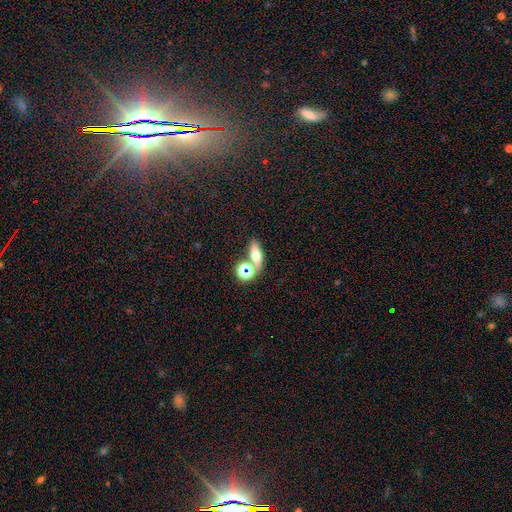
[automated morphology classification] Smooth or featured: smooth — 54% (featured or disk — 28%)
How rounded: in between — 54% (cigar-shaped — 28%)
Merging: none — 64% (merger — 21%)